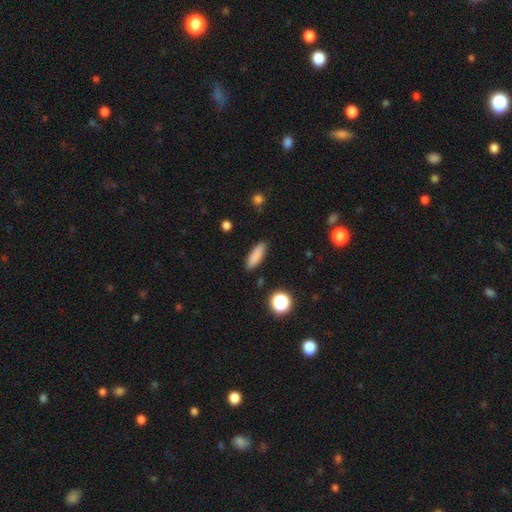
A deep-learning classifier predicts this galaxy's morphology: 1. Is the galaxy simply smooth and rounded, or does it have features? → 85% smooth, 9% star or artifact, 7% featured or disk.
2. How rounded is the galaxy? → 54% cigar-shaped, 44% in between, 3% round.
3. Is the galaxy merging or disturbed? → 87% none, 10% minor disturbance, 2% major disturbance, 2% merger.